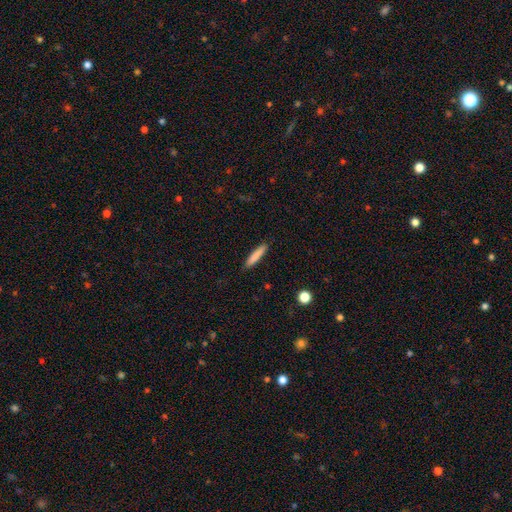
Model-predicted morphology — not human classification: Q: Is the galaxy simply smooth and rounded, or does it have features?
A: smooth — 83%.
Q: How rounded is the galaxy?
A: cigar-shaped — 90%.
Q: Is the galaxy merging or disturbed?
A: none — 89%.